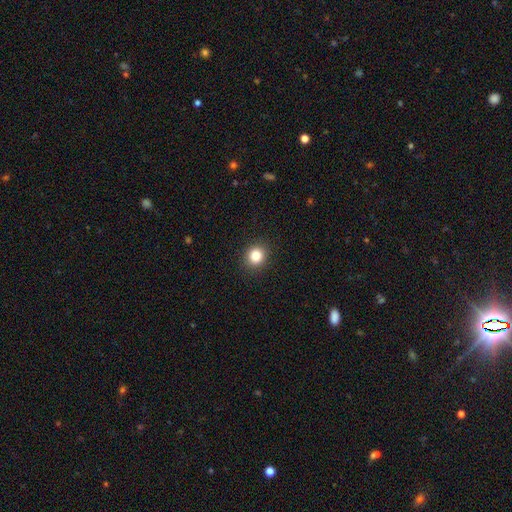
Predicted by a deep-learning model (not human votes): Overall: smooth (85%). How rounded: round (84%). Merging: none (91%).